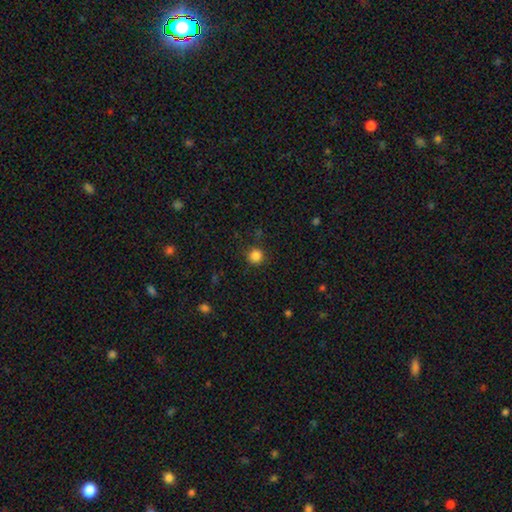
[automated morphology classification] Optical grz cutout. It shows a smooth galaxy with no disk features (84%) that is round (94%). Merging: none (88%).